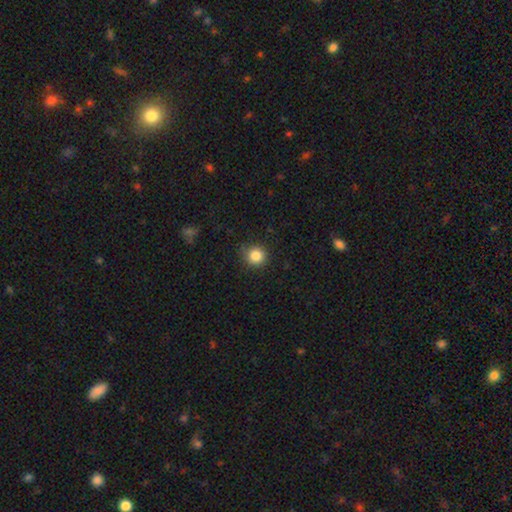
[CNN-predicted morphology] Smooth or featured? Predicted: smooth (p=0.85). How rounded? Predicted: round (p=0.93). Merging? Predicted: none (p=0.86).